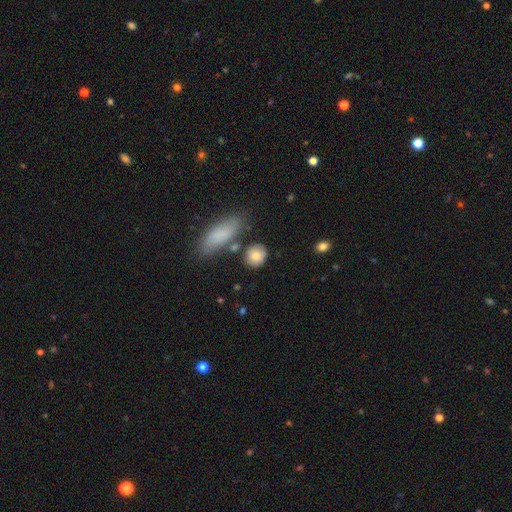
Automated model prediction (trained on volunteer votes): smooth_or_featured: smooth (p=0.84) [alt: featured or disk p=0.09]
how_rounded: round (p=0.72) [alt: in between p=0.25]
merging: none (p=0.73) [alt: minor disturbance p=0.14]